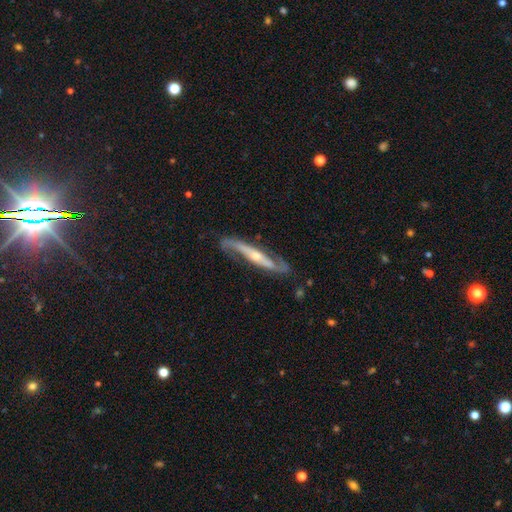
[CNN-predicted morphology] Smooth or featured: featured or disk — 87% (smooth — 9%)
Edge-on disk: no — 65% (yes — 35%)
Bar: strong — 42% (no — 36%)
Spiral arms: yes — 95% (no — 5%)
Spiral winding: loose — 49% (medium — 35%)
Spiral arm count: 2 — 91% (can't tell — 4%)
Bulge size: small — 54% (moderate — 41%)
Merging: none — 75% (minor disturbance — 17%)